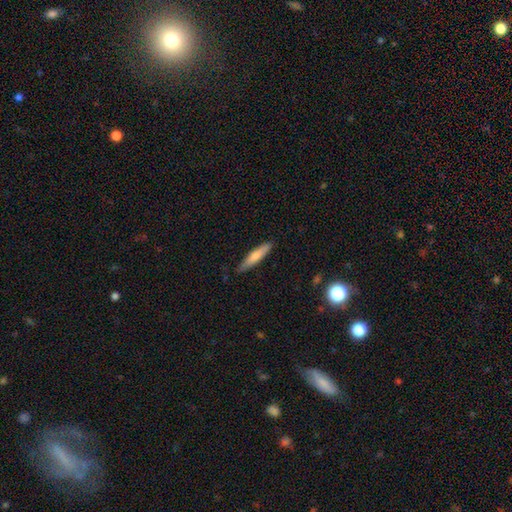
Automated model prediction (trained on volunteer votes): Smooth or featured?
  - smooth: 71% *
  - featured or disk: 24%
  - star or artifact: 5%
How rounded?
  - cigar-shaped: 86% *
  - in between: 13%
  - round: 1%
Merging?
  - none: 84% *
  - minor disturbance: 12%
  - major disturbance: 2%
  - merger: 1%